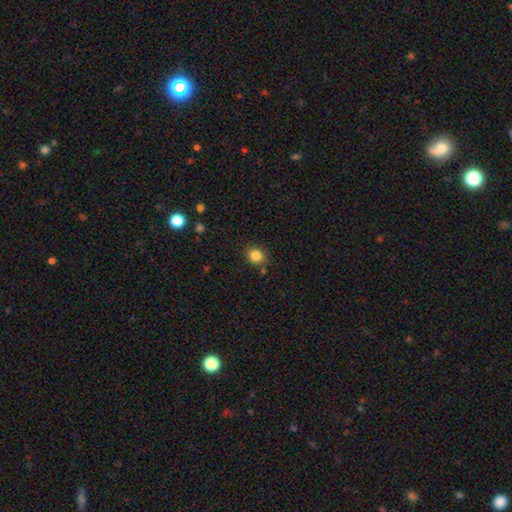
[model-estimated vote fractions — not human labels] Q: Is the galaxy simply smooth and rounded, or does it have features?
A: smooth — 85%.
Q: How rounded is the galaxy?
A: round — 70%.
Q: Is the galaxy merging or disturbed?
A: none — 83%.